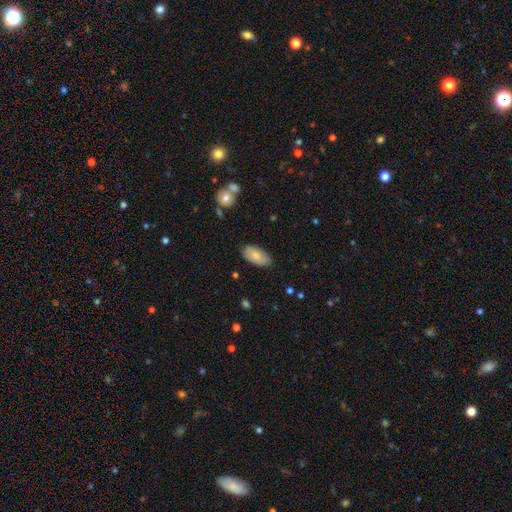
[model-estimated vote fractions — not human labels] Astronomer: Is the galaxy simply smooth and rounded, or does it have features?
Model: smooth — 79%.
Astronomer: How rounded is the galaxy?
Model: in between — 94%.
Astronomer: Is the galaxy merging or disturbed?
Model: none — 83%.